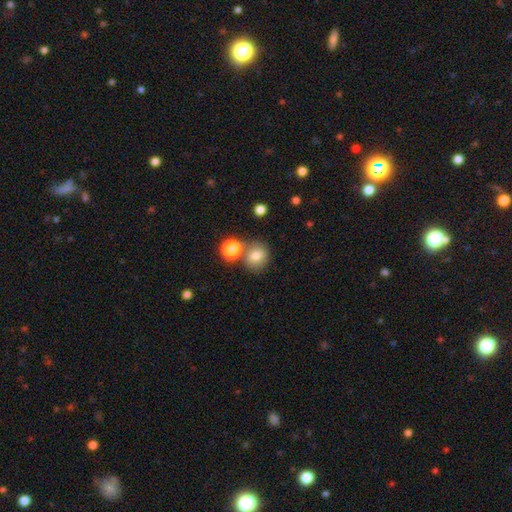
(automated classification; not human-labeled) Smooth or featured? Predicted: smooth (p=0.79). How rounded? Predicted: round (p=0.79). Merging? Predicted: none (p=0.64).